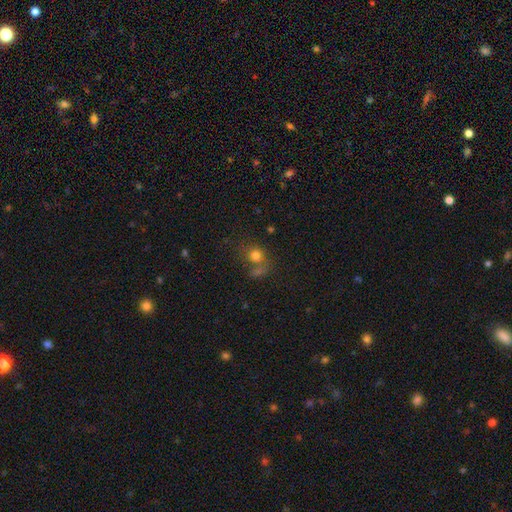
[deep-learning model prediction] The model was most divided on "merging": none: 48%, merger: 32%, minor disturbance: 12%, major disturbance: 9%. More confident: how rounded — round (79%); smooth or featured — smooth (74%).